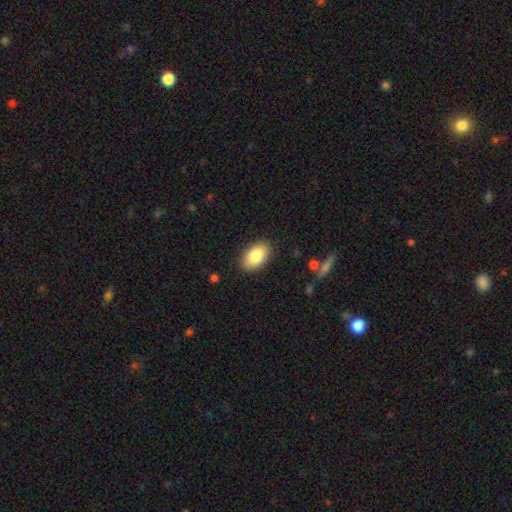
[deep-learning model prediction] Smooth or featured: smooth — 85% (featured or disk — 8%)
How rounded: in between — 92% (round — 7%)
Merging: none — 88% (minor disturbance — 9%)